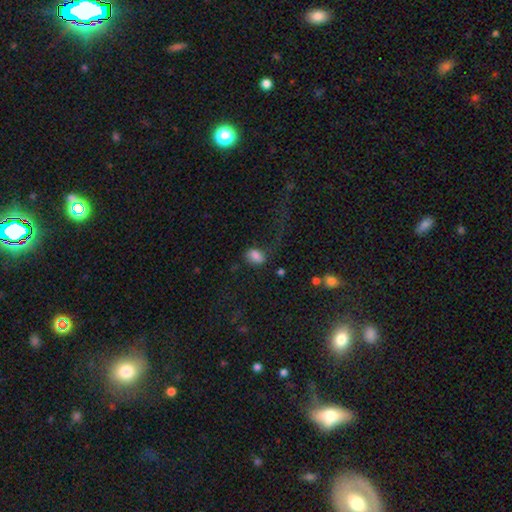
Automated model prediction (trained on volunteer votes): The model was most divided on "merging": none: 56%, minor disturbance: 20%, major disturbance: 19%, merger: 5%. More confident: how rounded — in between (86%); smooth or featured — smooth (79%).